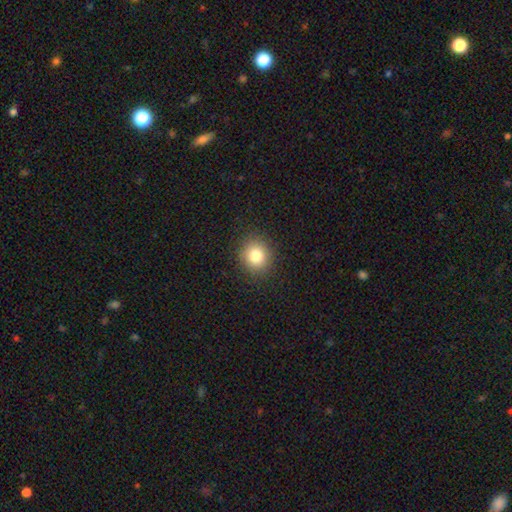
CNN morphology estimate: Smooth or featured?
  - smooth: 81% *
  - star or artifact: 12%
  - featured or disk: 7%
How rounded?
  - round: 83% *
  - in between: 16%
  - cigar-shaped: 1%
Merging?
  - none: 89% *
  - minor disturbance: 7%
  - major disturbance: 3%
  - merger: 1%